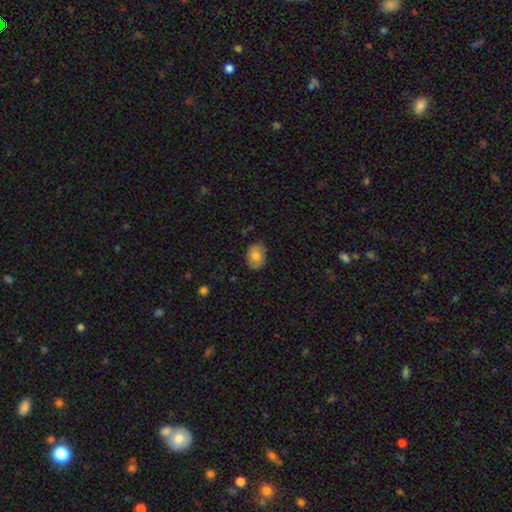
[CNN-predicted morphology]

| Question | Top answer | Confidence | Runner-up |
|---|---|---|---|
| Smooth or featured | smooth | 72% | featured or disk (21%) |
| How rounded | in between | 71% | round (28%) |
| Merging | none | 79% | minor disturbance (17%) |